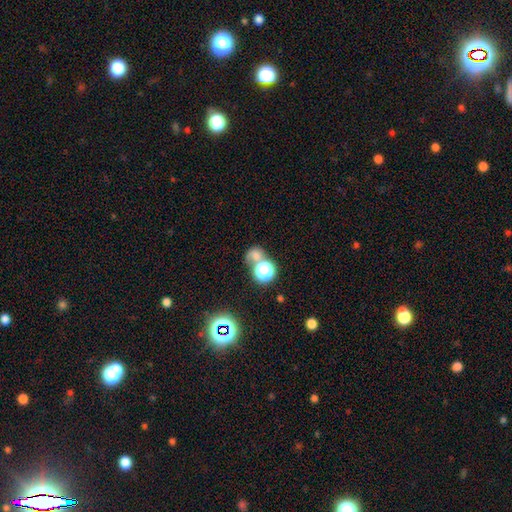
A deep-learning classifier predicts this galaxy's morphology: Smooth or featured? Predicted: smooth (p=0.60). How rounded? Predicted: round (p=0.70). Merging? Predicted: merger (p=0.43).